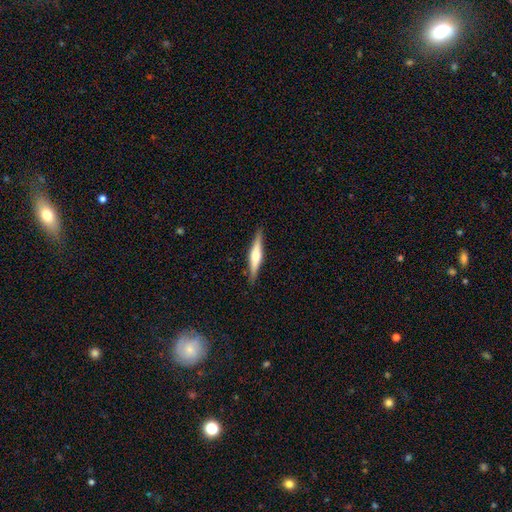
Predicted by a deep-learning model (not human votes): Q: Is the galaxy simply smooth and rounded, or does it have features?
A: featured or disk — 62%.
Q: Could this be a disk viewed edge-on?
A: yes — 97%.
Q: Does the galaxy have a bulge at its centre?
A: rounded — 81%.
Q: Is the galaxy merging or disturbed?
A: none — 90%.